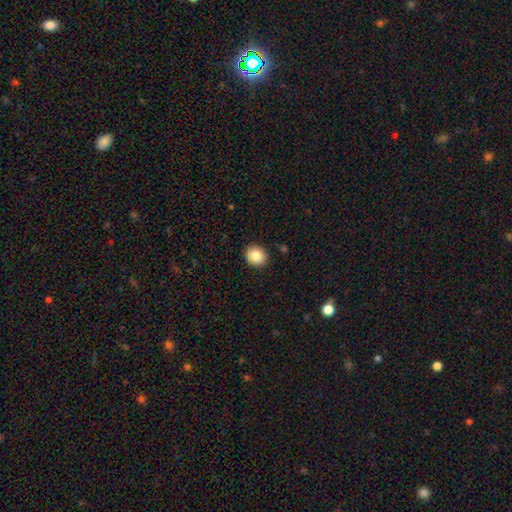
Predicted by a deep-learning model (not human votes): Smooth or featured? Predicted: smooth (p=0.85). How rounded? Predicted: round (p=0.75). Merging? Predicted: none (p=0.91).